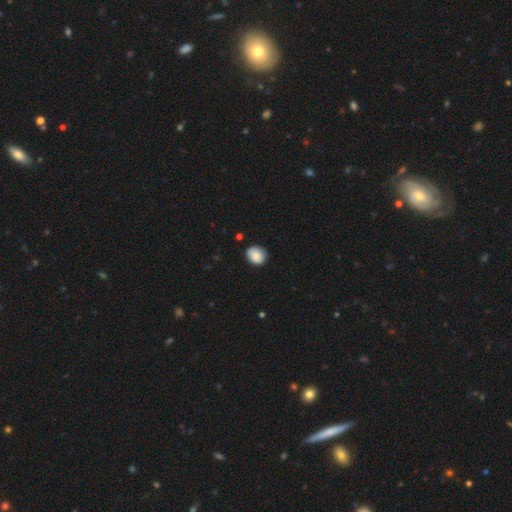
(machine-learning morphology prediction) Smooth or featured? smooth (86%)
How rounded? round (54%)
Merging? none (80%)